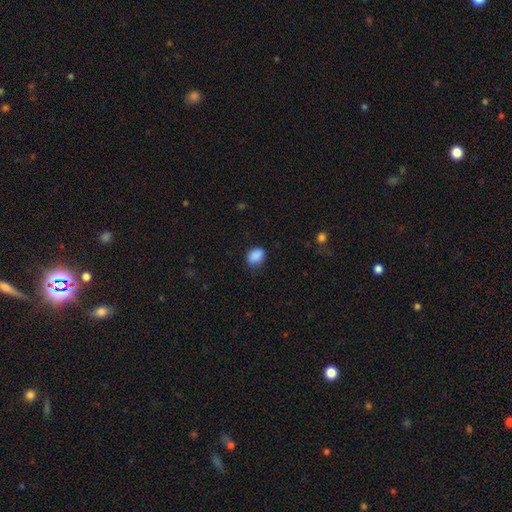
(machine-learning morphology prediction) Overall: smooth (88%). How rounded: in between (66%; round 33%). Merging: none (77%).